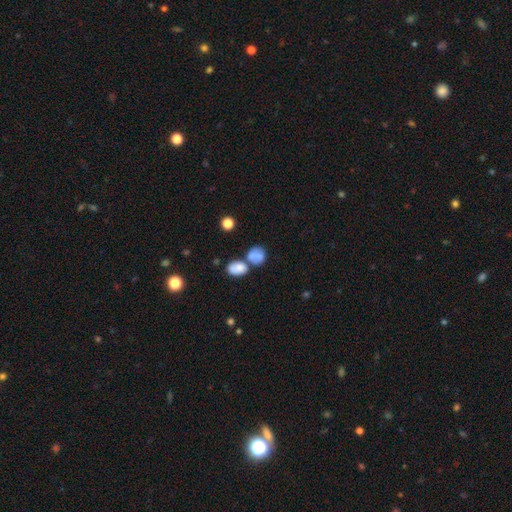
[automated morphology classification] type=smooth (76%); roundness=round (54%); merging=merger (47%).